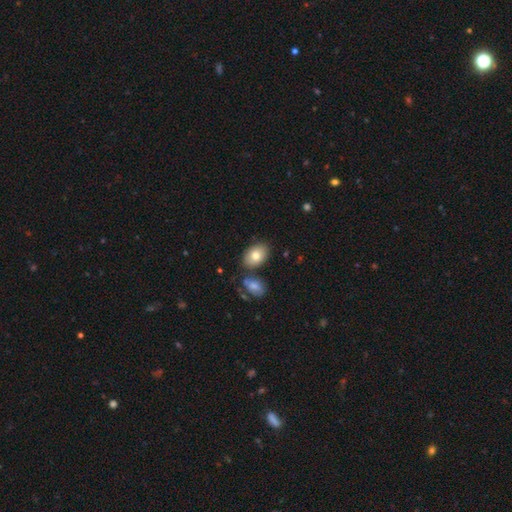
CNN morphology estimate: Smooth or featured? smooth (79%)
How rounded? in between (85%)
Merging? none (72%)